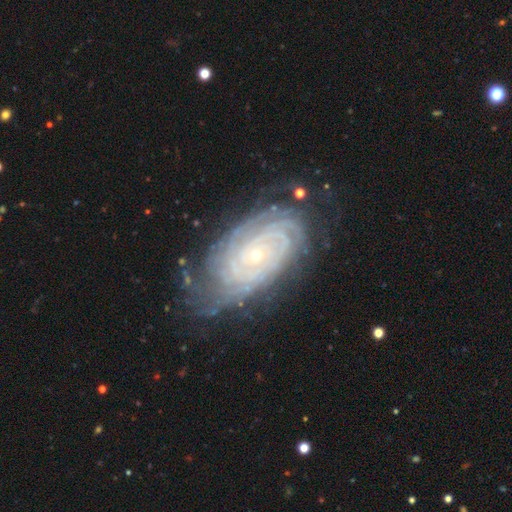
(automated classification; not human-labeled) Smooth or featured?
  - featured or disk: 88% *
  - smooth: 6%
  - star or artifact: 6%
Edge-on disk?
  - no: 96% *
  - yes: 4%
Bar?
  - no: 79% *
  - weak: 15%
  - strong: 6%
Spiral arms?
  - yes: 97% *
  - no: 3%
Spiral winding?
  - tight: 86% *
  - medium: 12%
  - loose: 2%
Spiral arm count?
  - can't tell: 29% *
  - more than 4: 21%
  - 4: 20%
  - 3: 12%
  - 2: 12%
  - 1: 6%
Bulge size?
  - small: 83% *
  - moderate: 14%
  - none: 1%
  - large: 1%
  - dominant: 1%
Merging?
  - none: 71% *
  - minor disturbance: 20%
  - major disturbance: 7%
  - merger: 2%